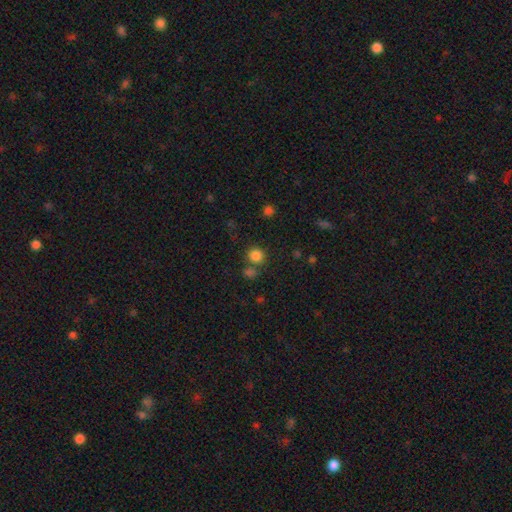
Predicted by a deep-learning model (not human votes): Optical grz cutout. It shows a smooth galaxy with no disk features (82%) that is round (89%). Merging: none (70%).